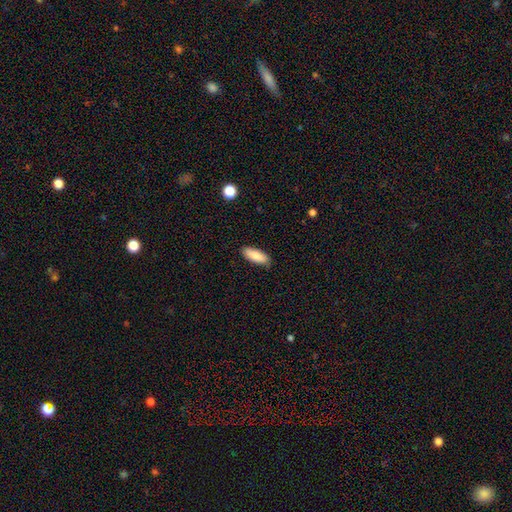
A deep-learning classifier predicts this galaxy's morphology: smooth 85%, featured or disk 9%, star or artifact 6%. Down the decision tree: how rounded — in between (68%); merging — none (86%).